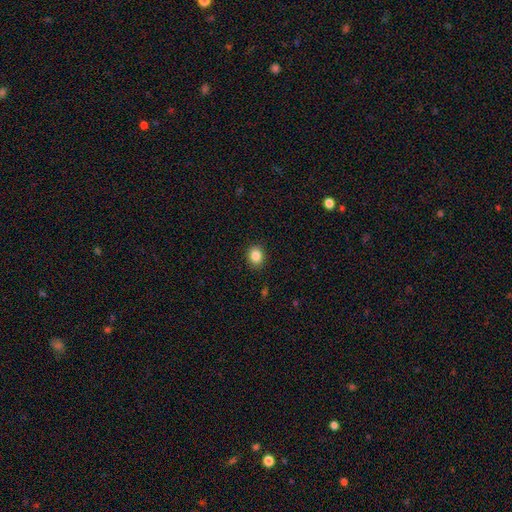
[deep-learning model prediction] A smooth galaxy with no disk features (86%) that is round (64%). Merging: none (90%).